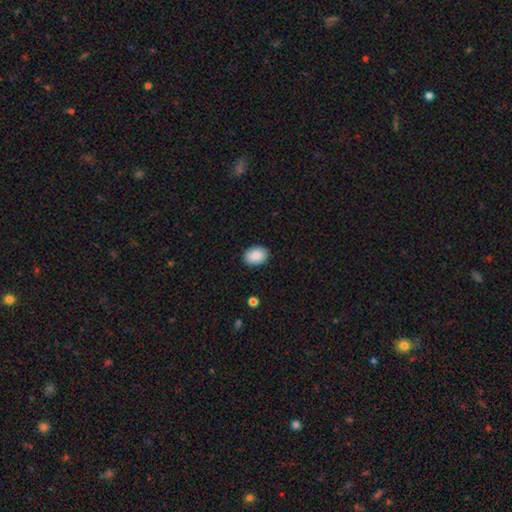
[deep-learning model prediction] This is clearly a smooth galaxy (88%). How rounded: likely in between (74%). Merging: clearly none (89%).